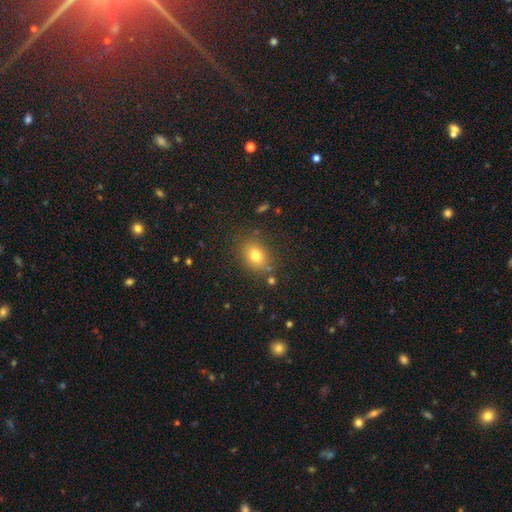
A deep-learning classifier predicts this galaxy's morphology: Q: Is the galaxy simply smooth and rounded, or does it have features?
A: smooth — 77%.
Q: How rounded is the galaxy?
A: in between — 58%.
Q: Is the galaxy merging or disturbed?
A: none — 78%.